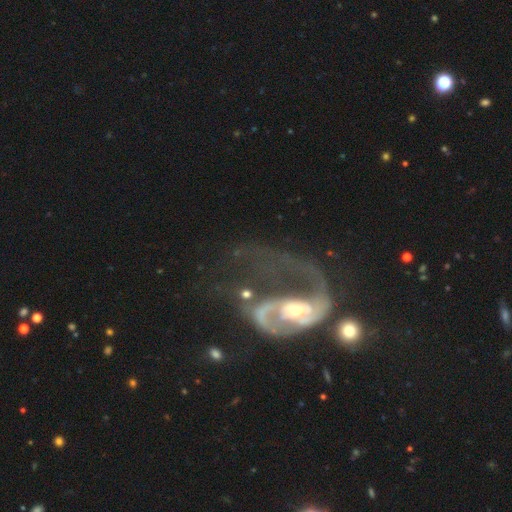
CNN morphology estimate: This appears to be a featured or disk galaxy (85%) with no bar (47%), 2 (51%) loose (44%) spiral arms (85%) and a moderate central bulge (51%). Merging: major disturbance (45%).